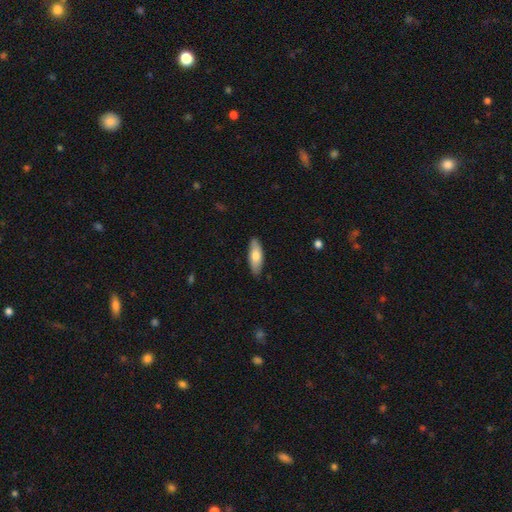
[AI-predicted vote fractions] Smooth or featured: smooth — 71% (featured or disk — 24%)
How rounded: in between — 67% (cigar-shaped — 31%)
Merging: none — 85% (minor disturbance — 12%)